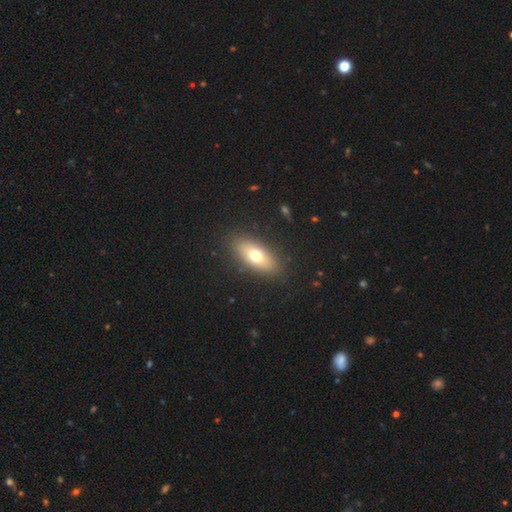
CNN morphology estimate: smooth_or_featured: smooth (p=0.67) [alt: featured or disk p=0.25]
how_rounded: in between (p=0.79) [alt: cigar-shaped p=0.15]
merging: none (p=0.87) [alt: minor disturbance p=0.09]